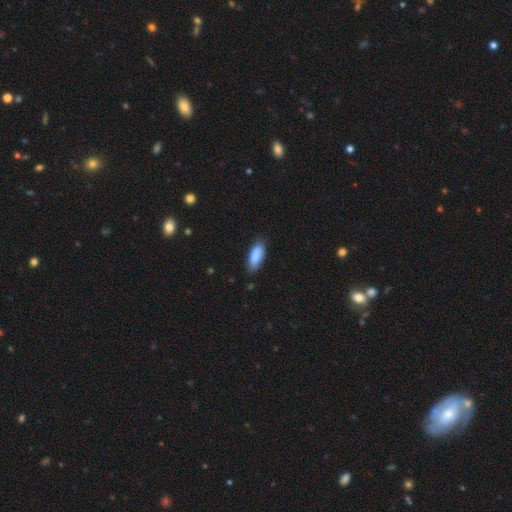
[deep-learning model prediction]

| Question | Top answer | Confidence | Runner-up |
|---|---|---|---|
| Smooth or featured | smooth | 87% | featured or disk (7%) |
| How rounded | in between | 75% | cigar-shaped (23%) |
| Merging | none | 82% | minor disturbance (14%) |